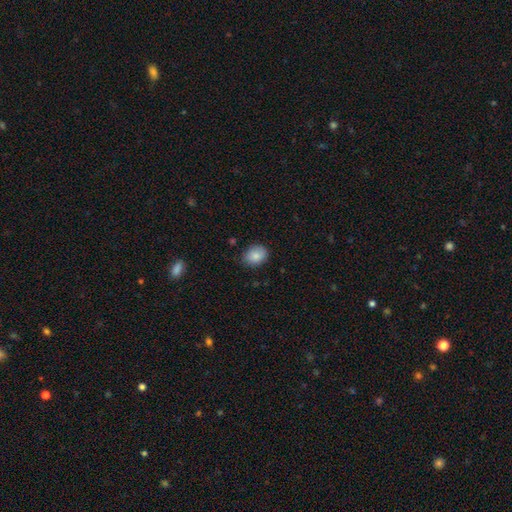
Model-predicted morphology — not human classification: This appears to be a smooth galaxy with no disk features (85%) that is in between round and cigar-shaped (58%). Merging: none (80%).